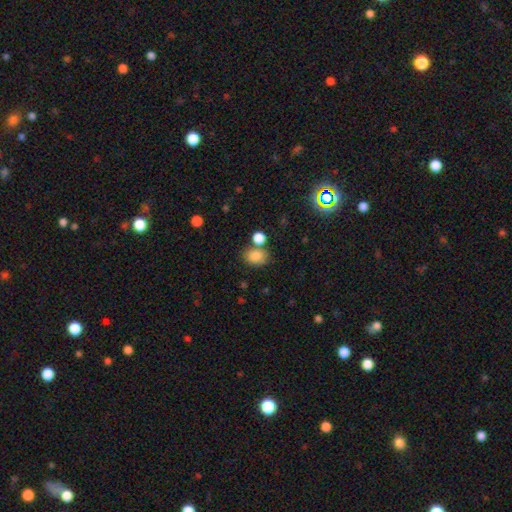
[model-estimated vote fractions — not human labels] Q: Smooth or featured?
A: smooth (83%); runner-up: star or artifact (11%)
Q: How rounded?
A: in between (62%); runner-up: round (37%)
Q: Merging?
A: none (63%); runner-up: merger (20%)